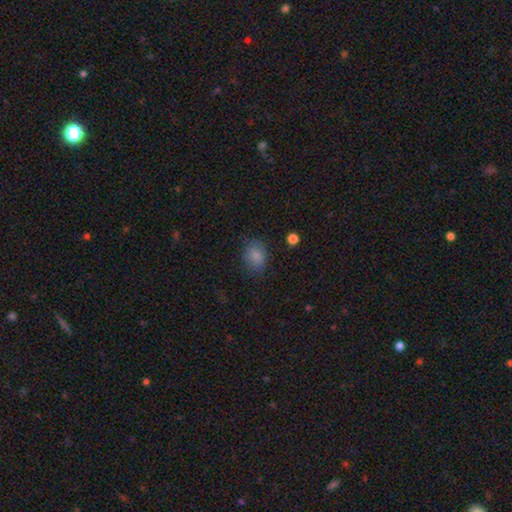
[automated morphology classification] Smooth or featured: smooth — 83% (star or artifact — 10%)
How rounded: in between — 63% (round — 36%)
Merging: none — 74% (minor disturbance — 19%)